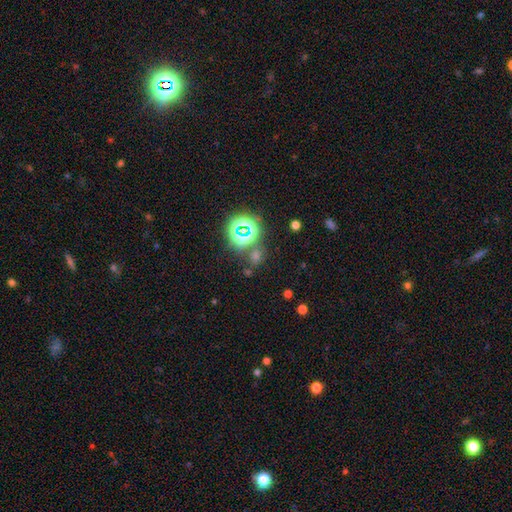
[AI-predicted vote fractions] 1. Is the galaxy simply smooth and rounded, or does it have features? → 61% star or artifact, 31% smooth, 8% featured or disk.